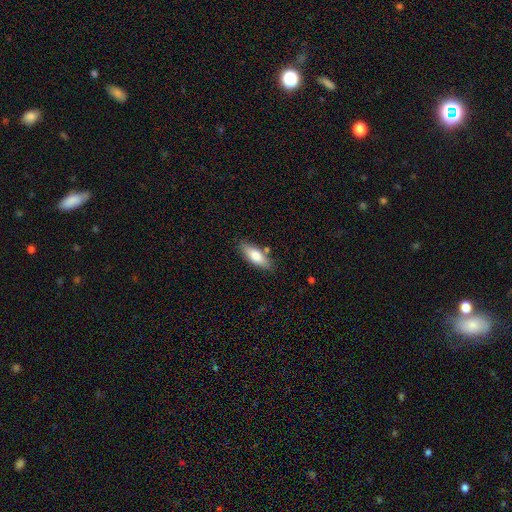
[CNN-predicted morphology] Smooth or featured: smooth — 75% (featured or disk — 19%)
How rounded: in between — 67% (cigar-shaped — 31%)
Merging: none — 79% (minor disturbance — 13%)